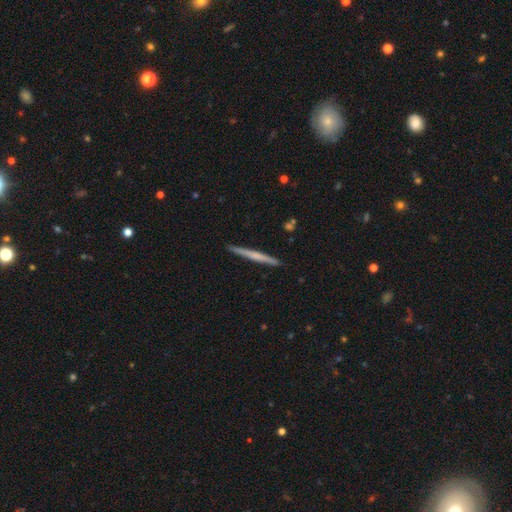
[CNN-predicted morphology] A featured or disk galaxy (50%). Merging: none (91%).